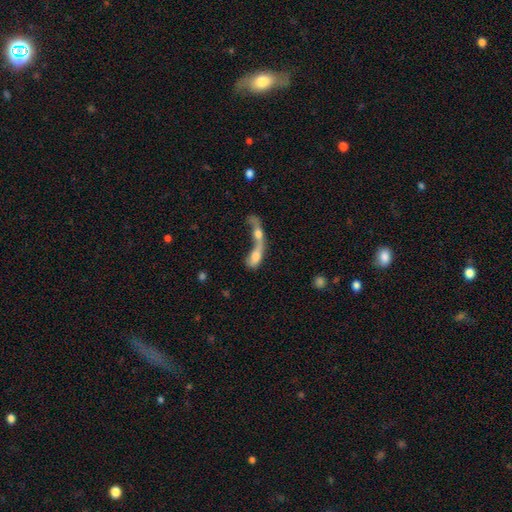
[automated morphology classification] A smooth galaxy with no disk features (57%) that is in between round and cigar-shaped (60%).

Vote fractions:
- Smooth or featured? smooth: 57% / featured or disk: 34% / star or artifact: 10%
- How rounded? in between: 60% / cigar-shaped: 29% / round: 11%
- Merging? merger: 78% / major disturbance: 9% / none: 8% / minor disturbance: 4%